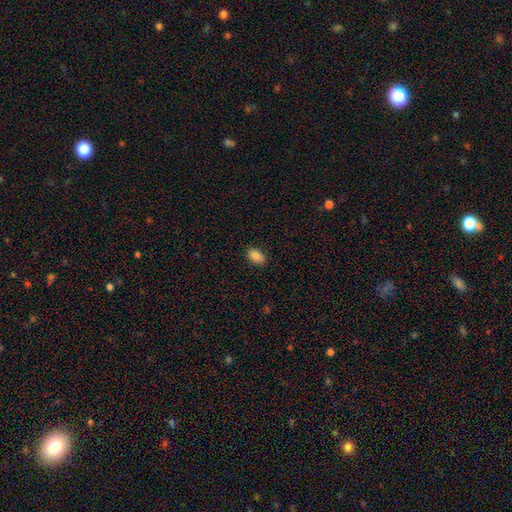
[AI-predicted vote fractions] This appears to be a smooth galaxy with no disk features (85%) that is in between round and cigar-shaped (87%). Merging: none (88%).